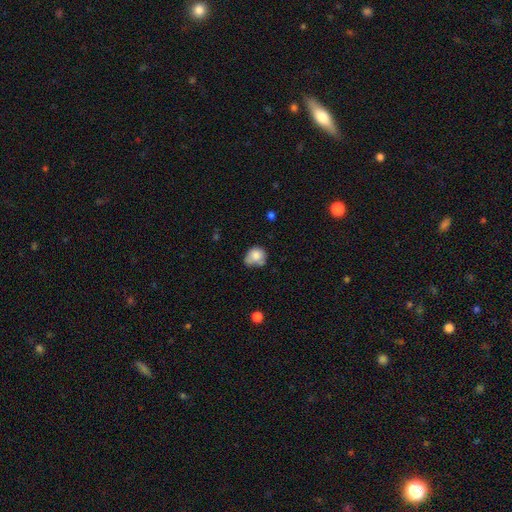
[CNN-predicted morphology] smooth 78%, featured or disk 13%, star or artifact 9%. Down the decision tree: how rounded — round (60%); merging — none (39%).